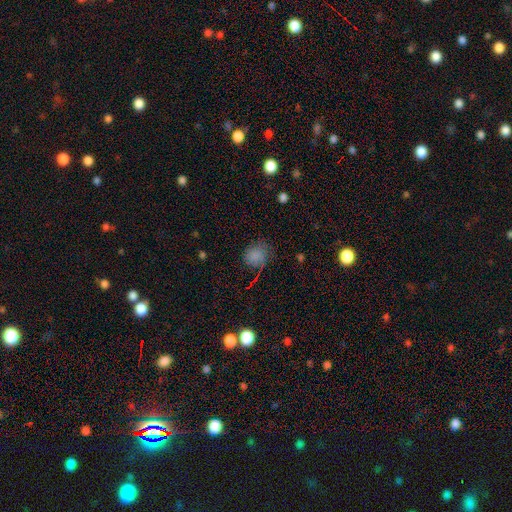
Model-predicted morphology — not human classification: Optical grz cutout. It shows a smooth galaxy with no disk features (72%) that is round (63%). Merging: none (57%).